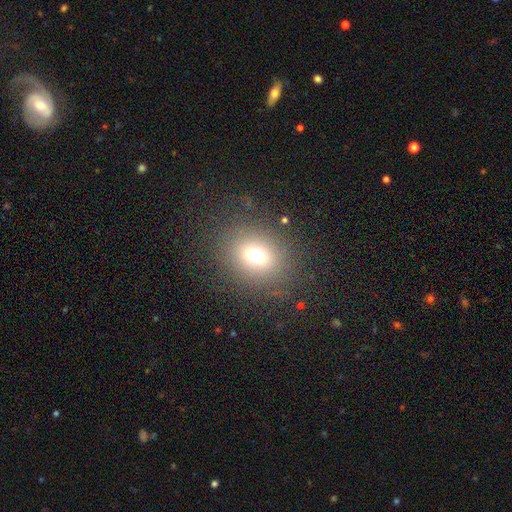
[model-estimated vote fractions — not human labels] Smooth or featured? smooth (70%)
How rounded? round (60%)
Merging? none (80%)